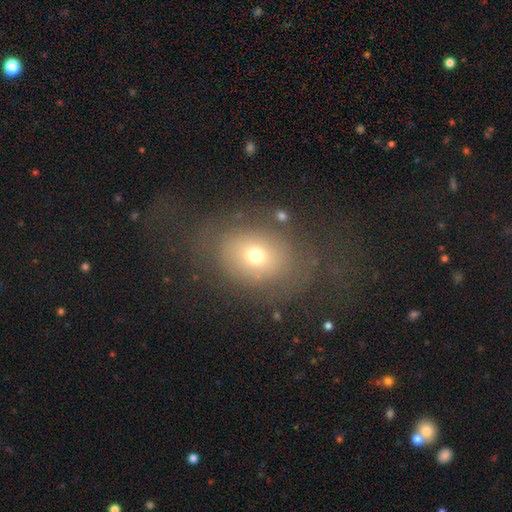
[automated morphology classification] Overall: smooth (64%). How rounded: round (53%; in between 46%). Merging: none (63%).